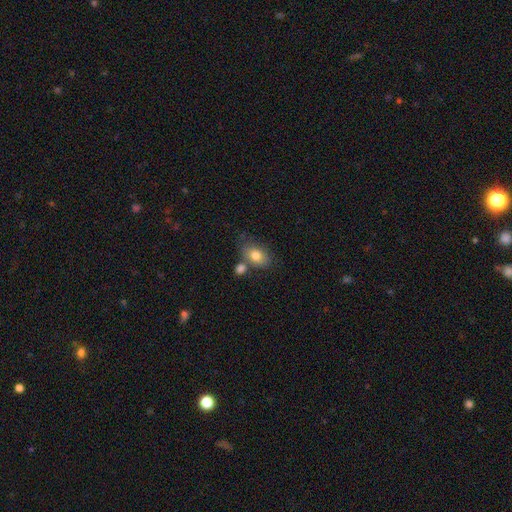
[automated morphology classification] A smooth galaxy with no disk features (80%) that is in between round and cigar-shaped (80%).

Vote fractions:
- Smooth or featured? smooth: 80% / featured or disk: 12% / star or artifact: 8%
- How rounded? in between: 80% / round: 19% / cigar-shaped: 1%
- Merging? none: 56% / merger: 22% / minor disturbance: 16% / major disturbance: 5%